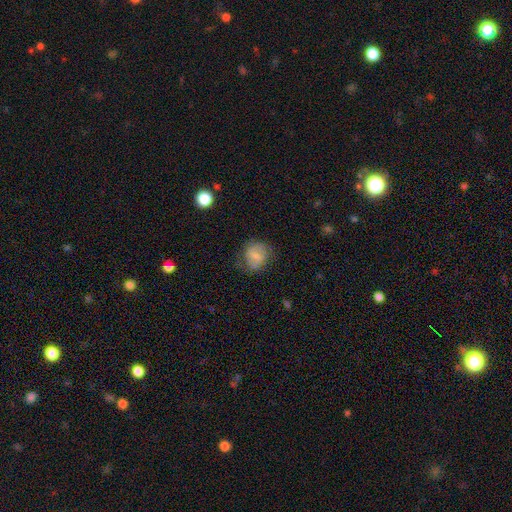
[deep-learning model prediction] smooth-or-featured: smooth: 59% | featured or disk: 32% | star or artifact: 9%
  how-rounded: round: 66% | in between: 33% | cigar-shaped: 1%
  merging: none: 63% | minor disturbance: 24% | major disturbance: 12% | merger: 2%